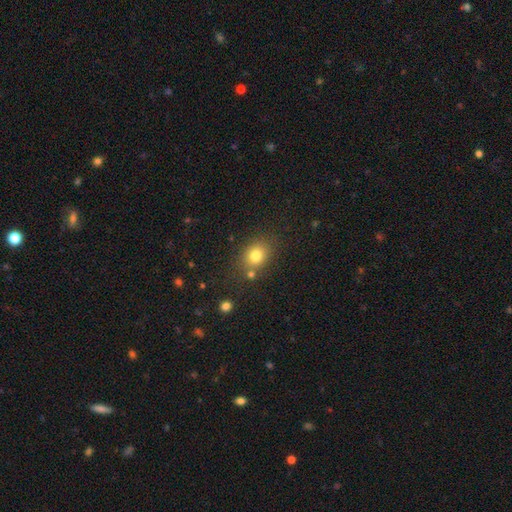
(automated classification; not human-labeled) A smooth galaxy with no disk features (79%) that is round (50%).

Vote fractions:
- Smooth or featured? smooth: 79% / star or artifact: 12% / featured or disk: 9%
- How rounded? round: 50% / in between: 49% / cigar-shaped: 1%
- Merging? none: 74% / minor disturbance: 13% / merger: 10% / major disturbance: 4%